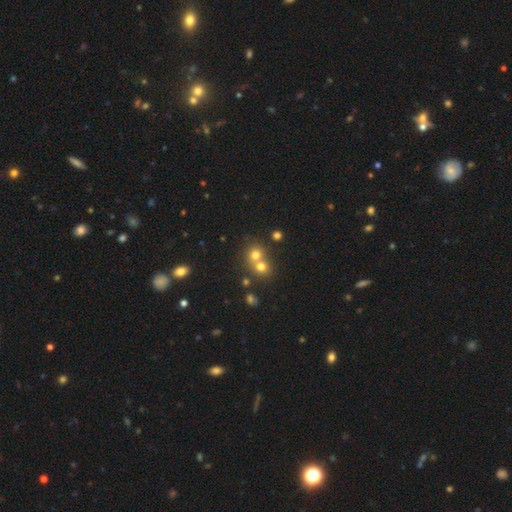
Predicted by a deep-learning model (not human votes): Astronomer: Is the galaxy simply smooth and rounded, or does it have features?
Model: smooth — 71%.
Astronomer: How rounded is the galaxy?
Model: round — 81%.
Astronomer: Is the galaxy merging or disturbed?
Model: merger — 53% (runner-up: none, 39%).